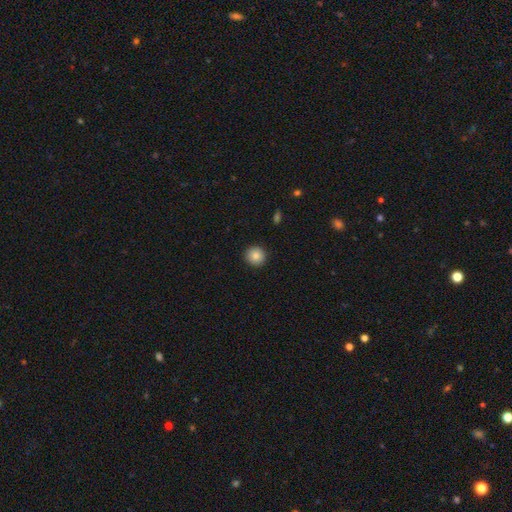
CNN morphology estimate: The model was most divided on "smooth or featured": smooth: 85%, star or artifact: 9%, featured or disk: 6%. More confident: how rounded — round (95%); merging — none (92%).